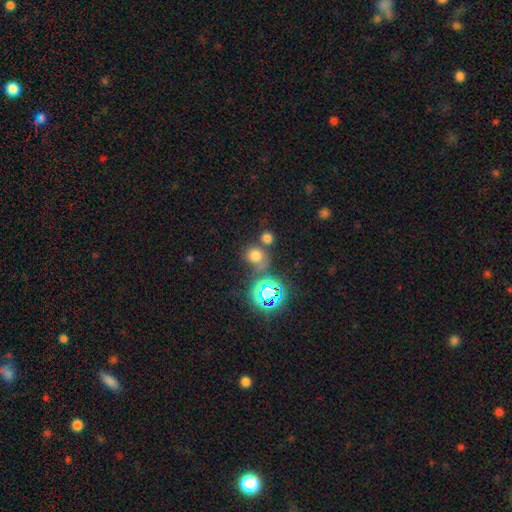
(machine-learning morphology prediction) This appears to be a smooth galaxy with no disk features (64%) that is round (76%). Merging: none (59%).